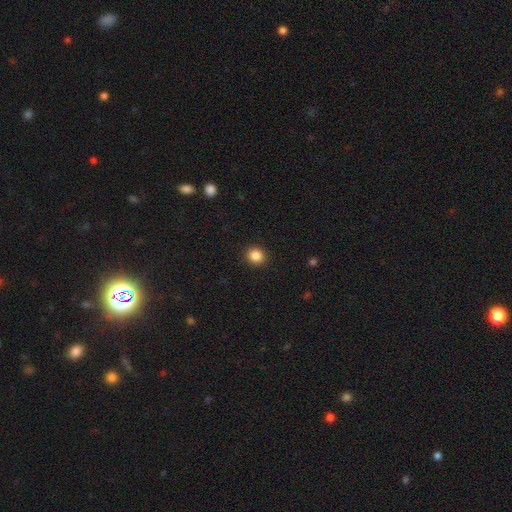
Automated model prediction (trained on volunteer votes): Smooth or featured? Predicted: smooth (p=0.86). How rounded? Predicted: round (p=0.83). Merging? Predicted: none (p=0.91).